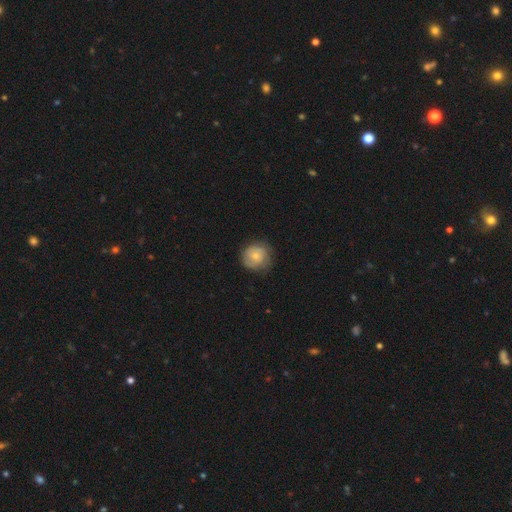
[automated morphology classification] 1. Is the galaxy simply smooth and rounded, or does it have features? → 60% smooth, 34% featured or disk, 7% star or artifact.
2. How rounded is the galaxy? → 89% round, 10% in between, 1% cigar-shaped.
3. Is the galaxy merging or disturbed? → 71% none, 21% minor disturbance, 7% major disturbance, 1% merger.